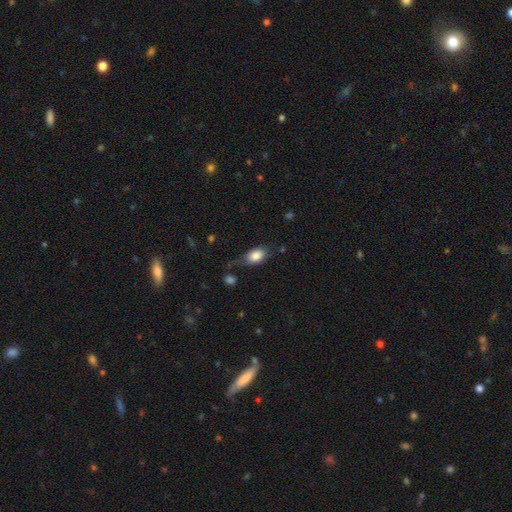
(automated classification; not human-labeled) Smooth or featured?
  - smooth: 83% *
  - featured or disk: 10%
  - star or artifact: 7%
How rounded?
  - in between: 86% *
  - round: 12%
  - cigar-shaped: 3%
Merging?
  - none: 55% *
  - minor disturbance: 29%
  - major disturbance: 12%
  - merger: 4%